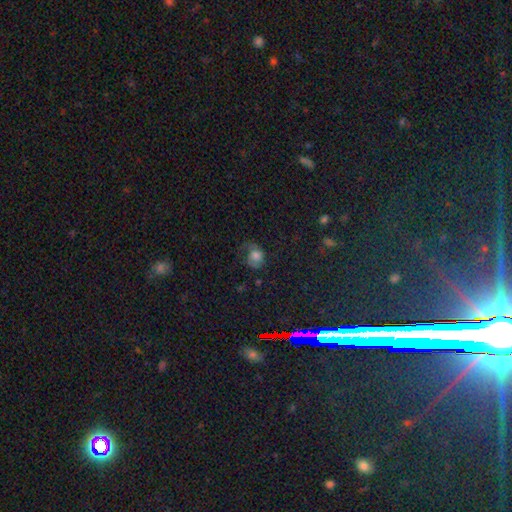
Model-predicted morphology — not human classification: Smooth or featured? Predicted: smooth (p=0.56). How rounded? Predicted: round (p=0.59). Merging? Predicted: none (p=0.37).